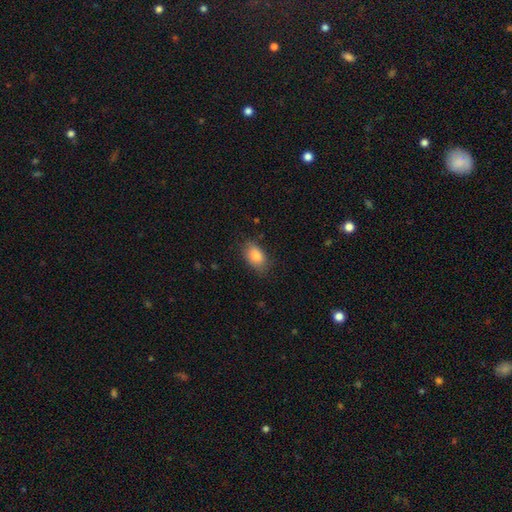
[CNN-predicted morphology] Smooth or featured? Predicted: smooth (p=0.83). How rounded? Predicted: in between (p=0.89). Merging? Predicted: none (p=0.77).